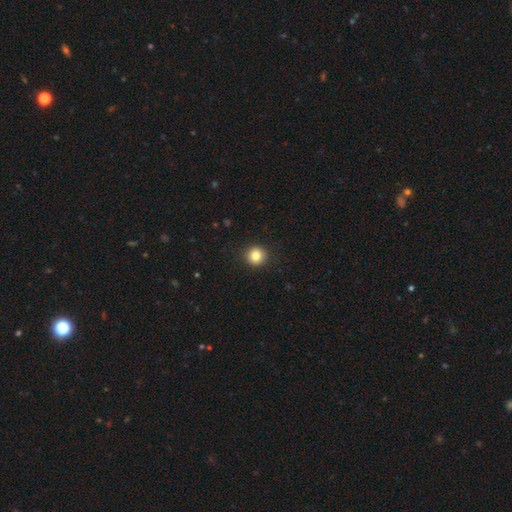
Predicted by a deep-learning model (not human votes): smooth-or-featured: smooth: 85% | star or artifact: 10% | featured or disk: 5%
  how-rounded: round: 93% | in between: 6% | cigar-shaped: 1%
  merging: none: 92% | minor disturbance: 5% | major disturbance: 2% | merger: 1%